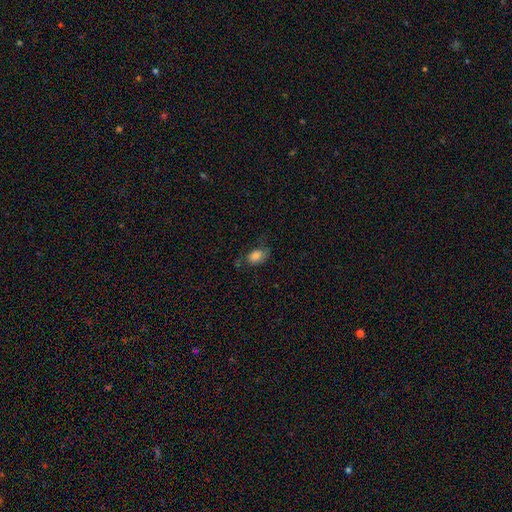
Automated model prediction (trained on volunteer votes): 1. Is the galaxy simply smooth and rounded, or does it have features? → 77% smooth, 14% featured or disk, 9% star or artifact.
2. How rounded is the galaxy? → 83% in between, 16% round, 2% cigar-shaped.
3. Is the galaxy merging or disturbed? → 50% none, 29% minor disturbance, 17% major disturbance, 3% merger.